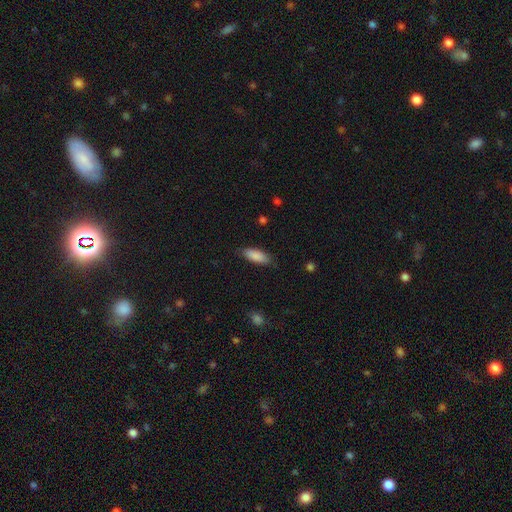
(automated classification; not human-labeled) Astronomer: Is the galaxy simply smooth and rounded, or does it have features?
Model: smooth — 88%.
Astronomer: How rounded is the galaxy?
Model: in between — 73%.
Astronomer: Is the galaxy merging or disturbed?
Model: none — 83%.